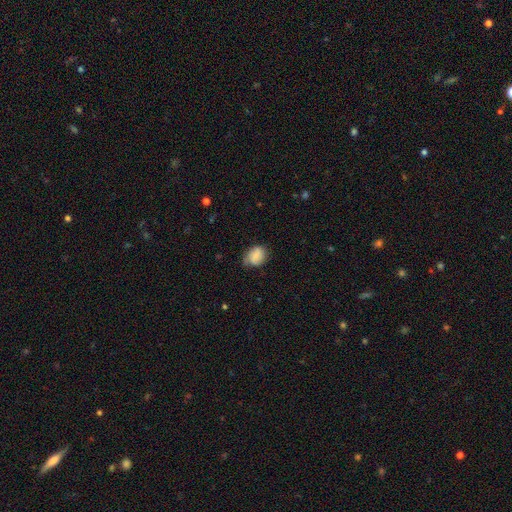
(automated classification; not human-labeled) Smooth or featured: smooth — 74% (featured or disk — 17%)
How rounded: in between — 54% (round — 45%)
Merging: none — 57% (minor disturbance — 32%)